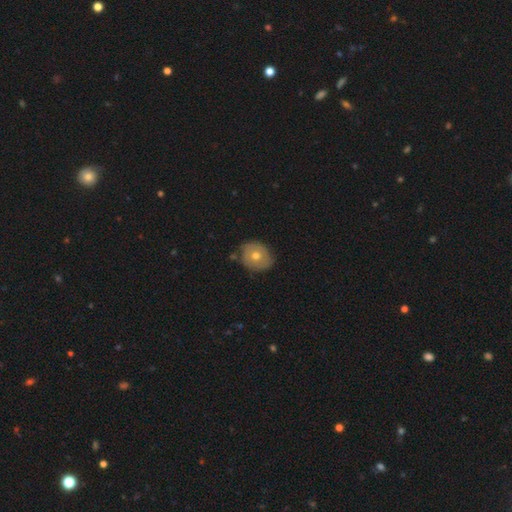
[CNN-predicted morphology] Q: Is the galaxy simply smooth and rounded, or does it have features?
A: smooth — 53%.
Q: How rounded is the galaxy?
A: round — 72%.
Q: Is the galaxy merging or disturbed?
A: none — 80%.